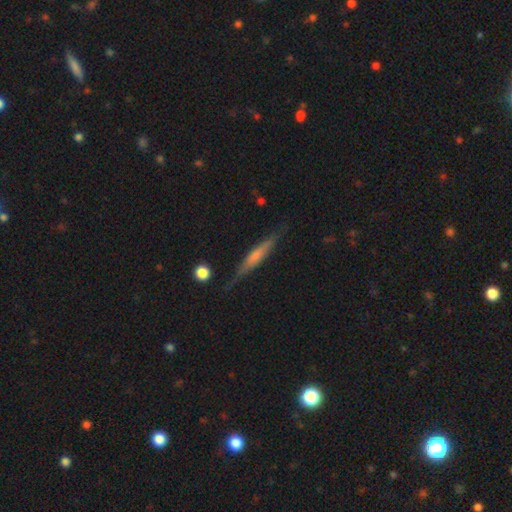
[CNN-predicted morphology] smooth_or_featured: featured or disk (p=0.50) [alt: smooth p=0.44]
merging: none (p=0.80) [alt: minor disturbance p=0.15]